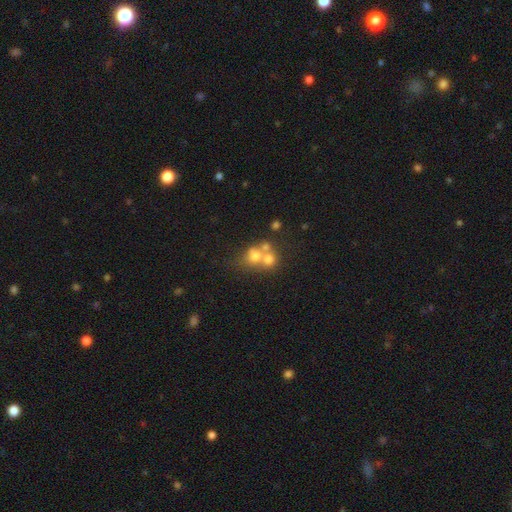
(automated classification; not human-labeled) Morphology: type=smooth (60%); roundness=round (75%); merging=merger (58%).